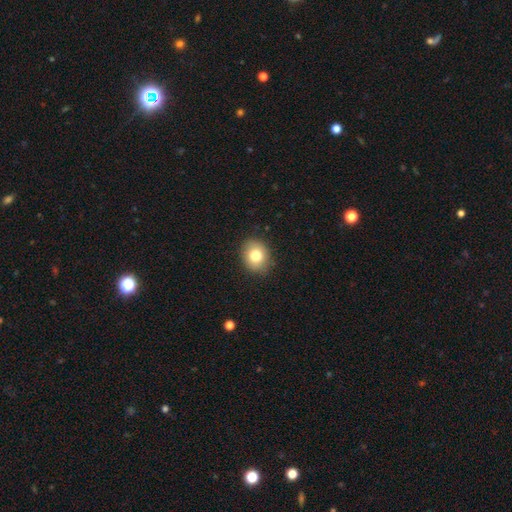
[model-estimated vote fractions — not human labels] Smooth or featured? Predicted: smooth (p=0.80). How rounded? Predicted: round (p=0.58). Merging? Predicted: none (p=0.87).